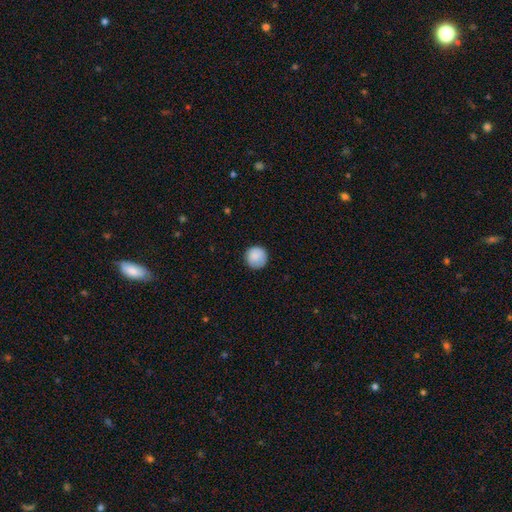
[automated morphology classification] A smooth galaxy with no disk features (87%) that is round (95%). Merging: none (87%).